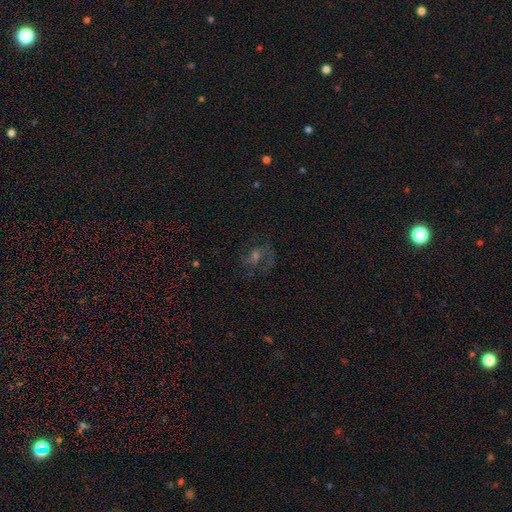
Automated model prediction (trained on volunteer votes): smooth_or_featured: featured or disk (p=0.63) [alt: star or artifact p=0.20]
disk_edge_on: no (p=0.97) [alt: yes p=0.03]
bar: no (p=0.51) [alt: weak p=0.40]
has_spiral_arms: yes (p=0.85) [alt: no p=0.15]
spiral_winding: medium (p=0.49) [alt: loose p=0.34]
spiral_arm_count: 2 (p=0.59) [alt: can't tell p=0.17]
bulge_size: moderate (p=0.43) [alt: small p=0.40]
merging: none (p=0.63) [alt: major disturbance p=0.19]